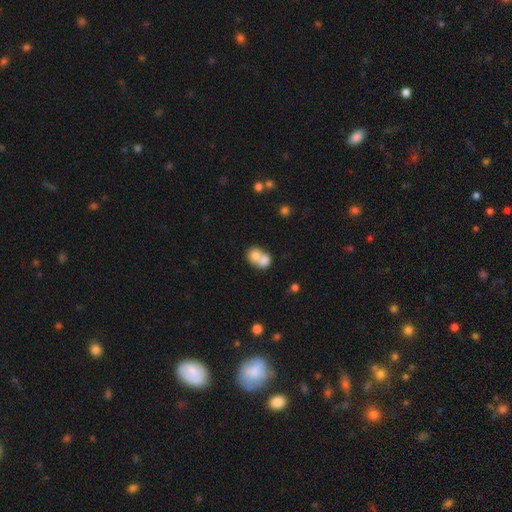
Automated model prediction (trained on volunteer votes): Smooth or featured? Predicted: smooth (p=0.74). How rounded? Predicted: round (p=0.62). Merging? Predicted: merger (p=0.72).